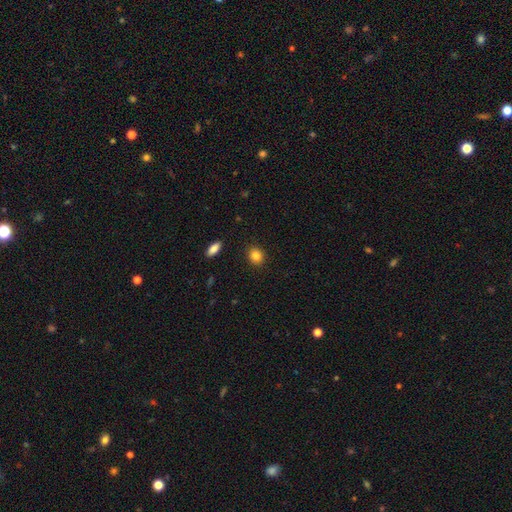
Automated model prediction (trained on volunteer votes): Smooth or featured?
  - smooth: 85% *
  - star or artifact: 10%
  - featured or disk: 5%
How rounded?
  - round: 68% *
  - in between: 31%
  - cigar-shaped: 1%
Merging?
  - none: 90% *
  - minor disturbance: 6%
  - major disturbance: 2%
  - merger: 1%